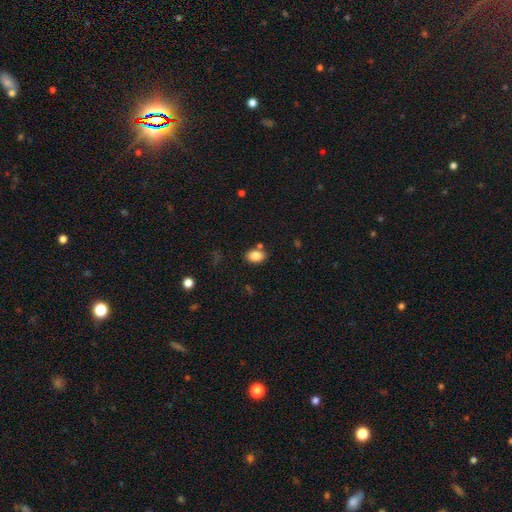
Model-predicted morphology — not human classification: Smooth or featured?
  - smooth: 83% *
  - star or artifact: 9%
  - featured or disk: 8%
How rounded?
  - in between: 79% *
  - round: 20%
  - cigar-shaped: 1%
Merging?
  - none: 76% *
  - minor disturbance: 12%
  - merger: 9%
  - major disturbance: 3%